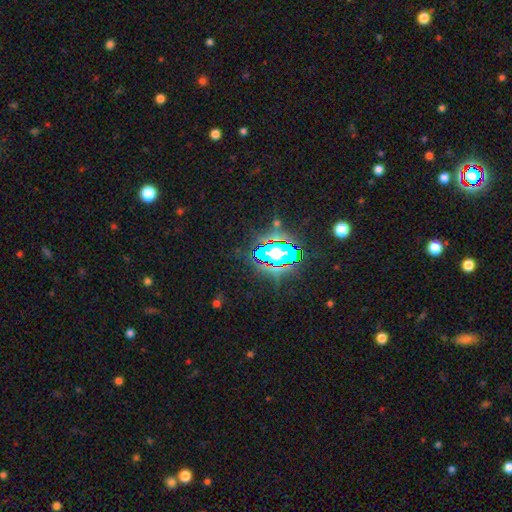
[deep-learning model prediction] Q: Smooth or featured?
A: star or artifact (68%); runner-up: smooth (19%)